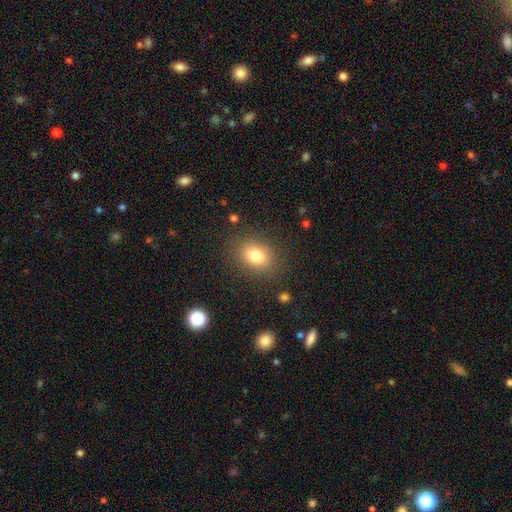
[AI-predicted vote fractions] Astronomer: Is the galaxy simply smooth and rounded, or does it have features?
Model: smooth — 79%.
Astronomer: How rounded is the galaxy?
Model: in between — 66%.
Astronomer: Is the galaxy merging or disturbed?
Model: none — 84%.